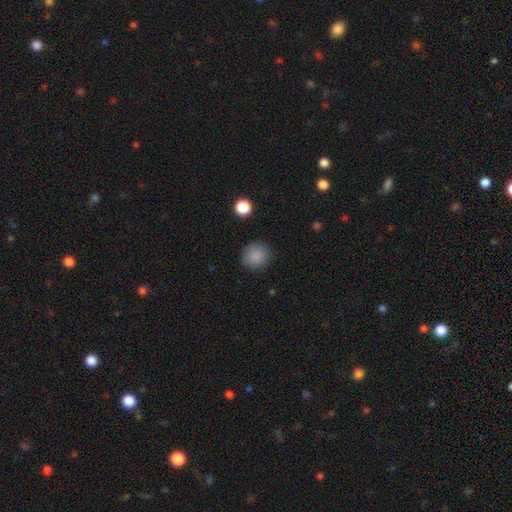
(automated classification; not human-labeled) Smooth or featured? Predicted: smooth (p=0.87). How rounded? Predicted: round (p=0.92). Merging? Predicted: none (p=0.88).